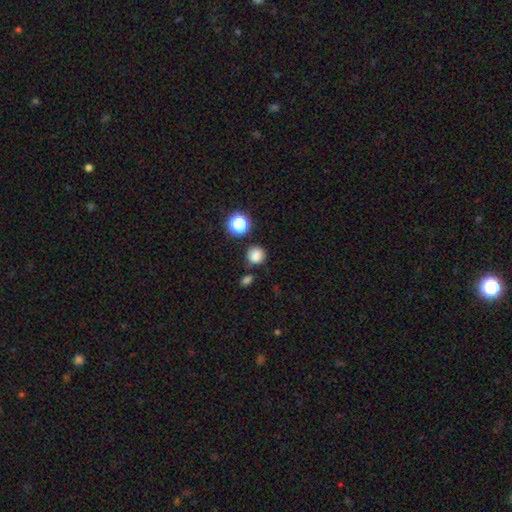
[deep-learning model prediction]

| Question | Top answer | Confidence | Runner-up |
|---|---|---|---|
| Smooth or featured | smooth | 82% | star or artifact (13%) |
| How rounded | round | 87% | in between (12%) |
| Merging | none | 79% | minor disturbance (11%) |